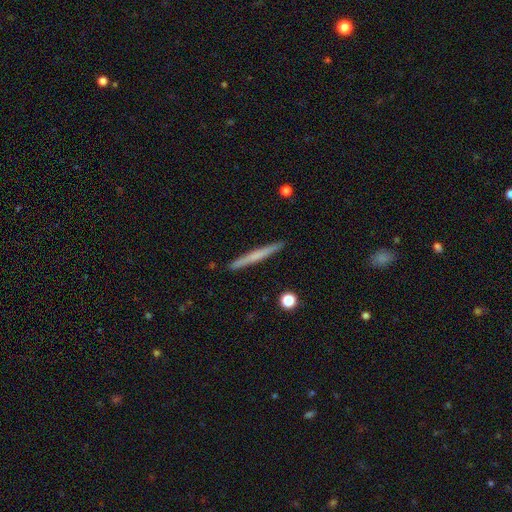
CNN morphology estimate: smooth_or_featured: smooth (p=0.51) [alt: featured or disk p=0.44]
how_rounded: cigar-shaped (p=0.97) [alt: in between p=0.02]
merging: none (p=0.92) [alt: minor disturbance p=0.06]